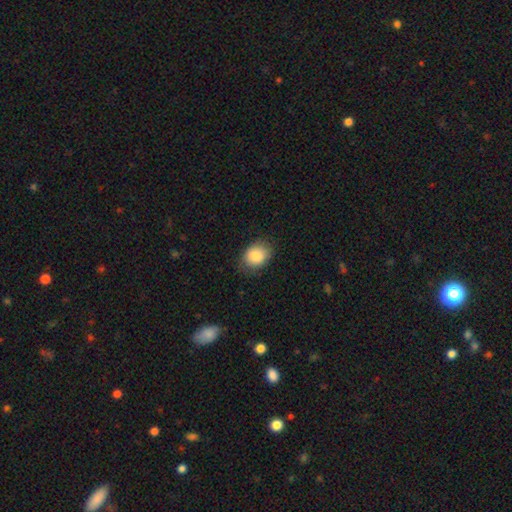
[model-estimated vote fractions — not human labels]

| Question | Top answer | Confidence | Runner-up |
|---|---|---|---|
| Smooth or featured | smooth | 85% | star or artifact (8%) |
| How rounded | in between | 60% | round (40%) |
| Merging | none | 81% | minor disturbance (15%) |